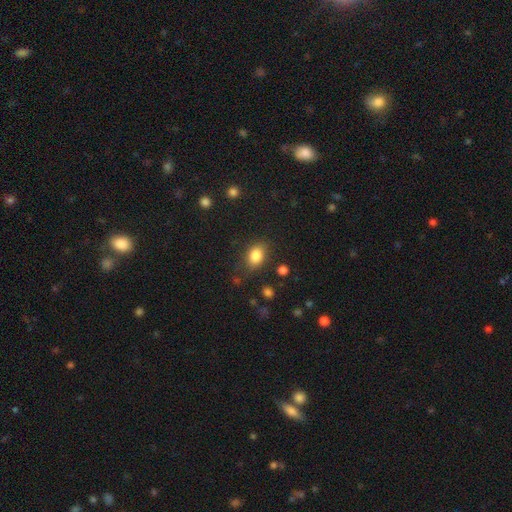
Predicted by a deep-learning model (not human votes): This appears to be a smooth galaxy with no disk features (84%) that is in between round and cigar-shaped (78%). Merging: none (78%).